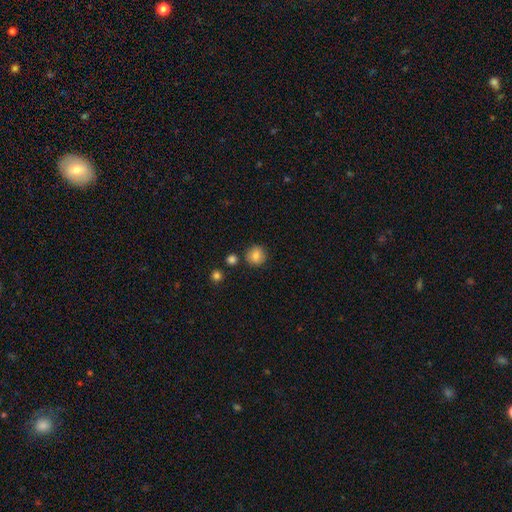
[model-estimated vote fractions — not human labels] A smooth galaxy with no disk features (83%) that is round (90%). Merging: none (83%).